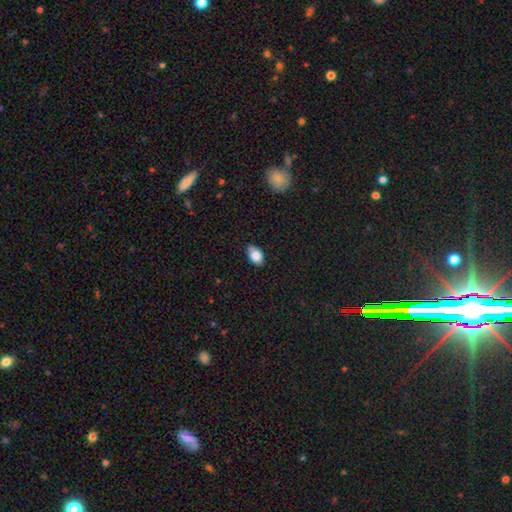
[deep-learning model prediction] Morphology: type=smooth (84%); roundness=in between (89%); merging=none (77%).